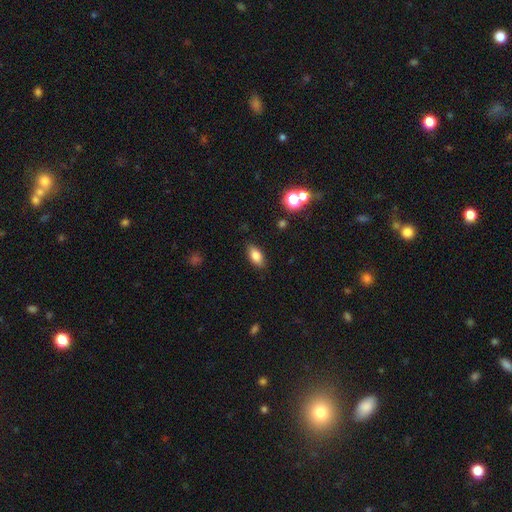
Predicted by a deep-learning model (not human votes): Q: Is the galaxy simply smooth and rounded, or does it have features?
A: smooth — 82%.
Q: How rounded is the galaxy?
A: in between — 88%.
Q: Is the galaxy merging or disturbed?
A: none — 86%.